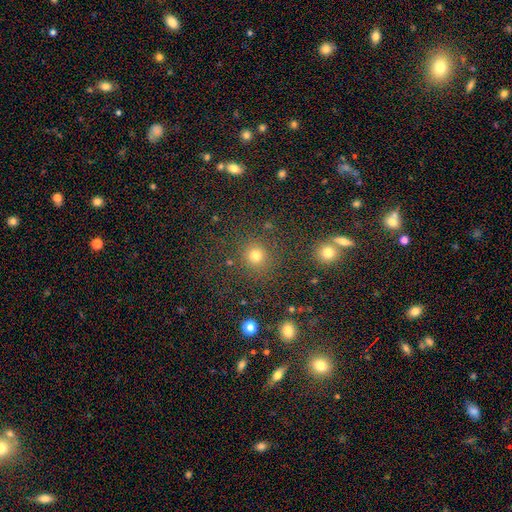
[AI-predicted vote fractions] Smooth or featured? smooth (76%)
How rounded? round (92%)
Merging? none (83%)